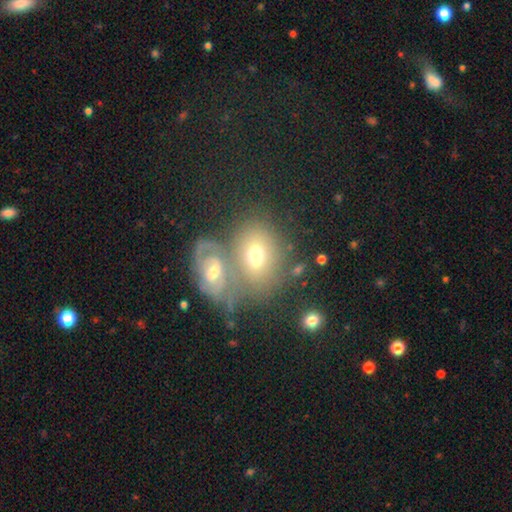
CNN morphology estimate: The model was most divided on "merging": merger: 44%, none: 37%, minor disturbance: 12%, major disturbance: 7%. More confident: how rounded — in between (62%); smooth or featured — smooth (57%).